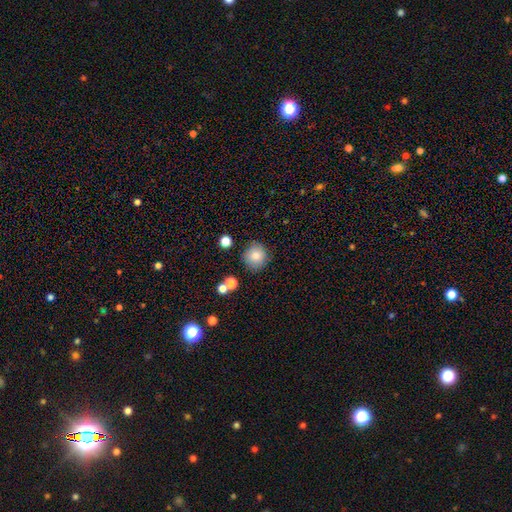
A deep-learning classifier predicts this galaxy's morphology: Q: Smooth or featured?
A: smooth (80%); runner-up: star or artifact (11%)
Q: How rounded?
A: round (92%); runner-up: in between (7%)
Q: Merging?
A: none (84%); runner-up: minor disturbance (10%)